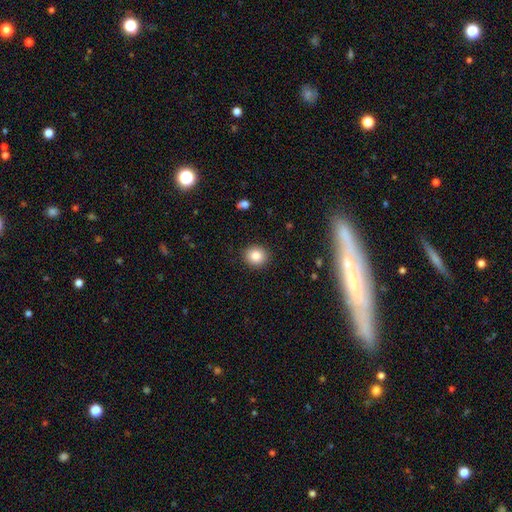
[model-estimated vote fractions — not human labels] Smooth or featured? smooth (84%)
How rounded? round (82%)
Merging? none (90%)